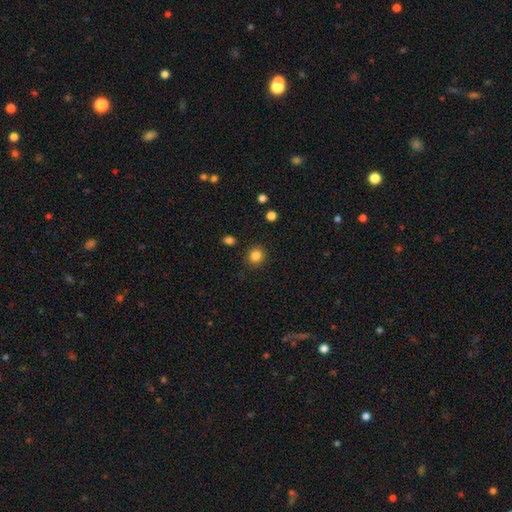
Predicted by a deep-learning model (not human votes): This is clearly a smooth galaxy (84%). How rounded: clearly round (88%). Merging: clearly none (90%).